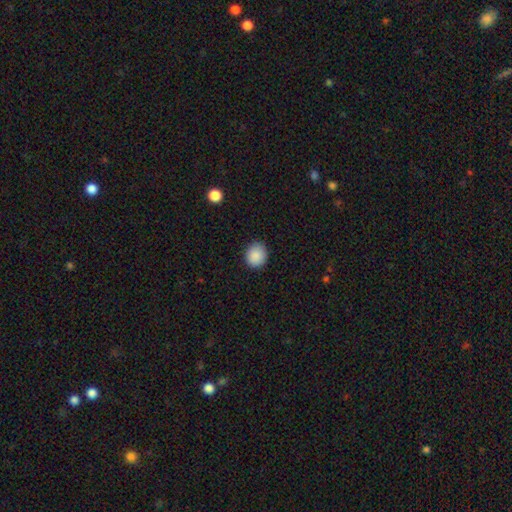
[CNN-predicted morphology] A smooth galaxy with no disk features (89%) that is round (79%). Merging: none (87%).